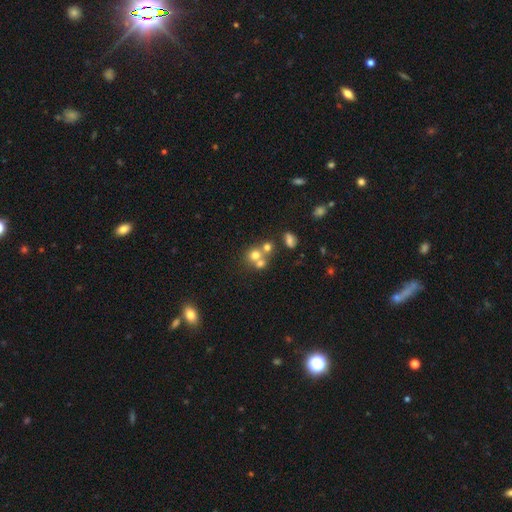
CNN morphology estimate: smooth 65%, featured or disk 19%, star or artifact 16%. Down the decision tree: how rounded — round (80%); merging — merger (49%).